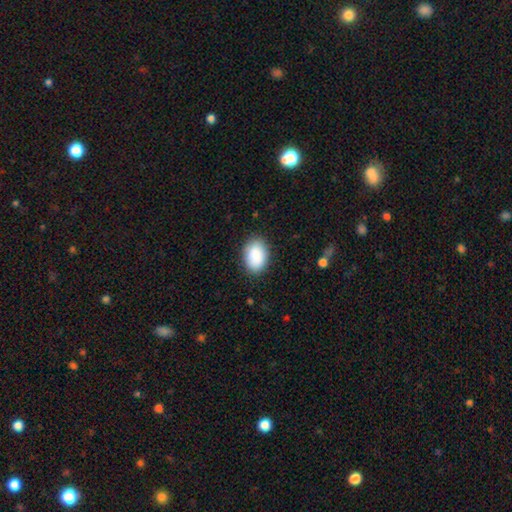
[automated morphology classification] A smooth galaxy with no disk features (89%) that is in between round and cigar-shaped (87%).

Vote fractions:
- Smooth or featured? smooth: 89% / star or artifact: 6% / featured or disk: 4%
- How rounded? in between: 87% / round: 12% / cigar-shaped: 1%
- Merging? none: 85% / minor disturbance: 11% / major disturbance: 3% / merger: 1%